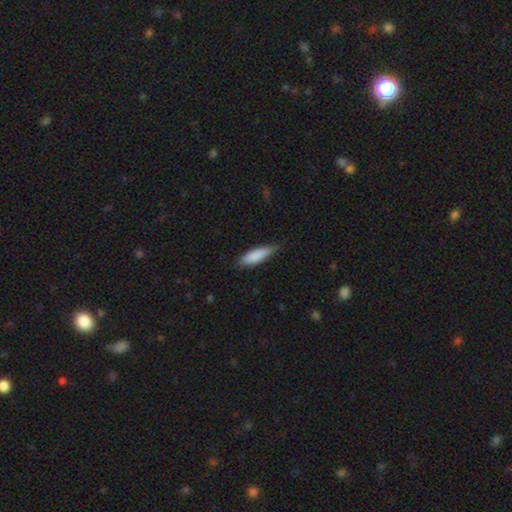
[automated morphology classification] Smooth or featured: smooth — 85% (featured or disk — 10%)
How rounded: cigar-shaped — 55% (in between — 44%)
Merging: none — 70% (minor disturbance — 25%)